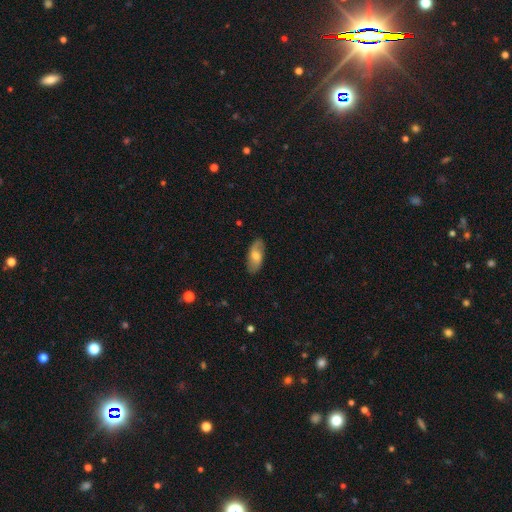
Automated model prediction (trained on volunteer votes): Smooth or featured? smooth (60%)
How rounded? in between (88%)
Merging? none (85%)